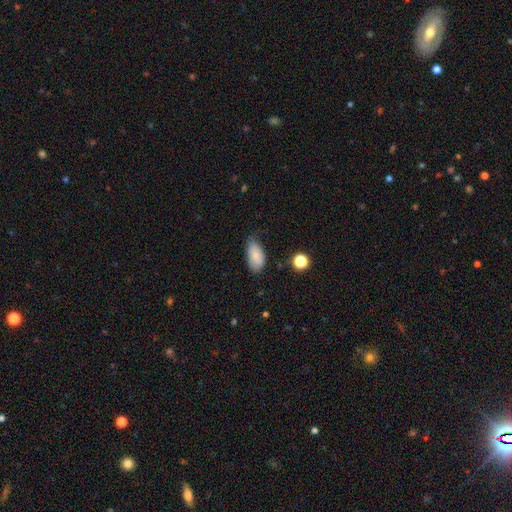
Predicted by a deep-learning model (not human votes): Morphology: type=smooth (83%); roundness=in between (93%); merging=none (58%).